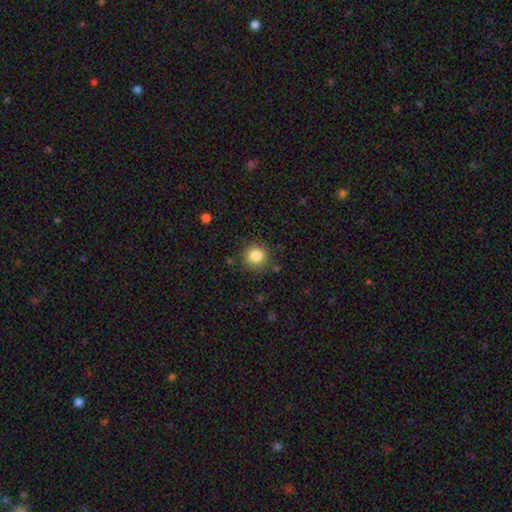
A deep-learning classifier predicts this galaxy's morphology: A smooth galaxy with no disk features (84%) that is round (91%). Merging: none (85%).